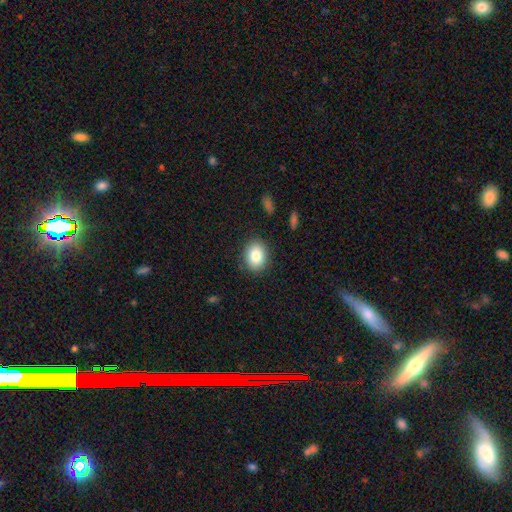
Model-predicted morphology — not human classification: Overall: smooth (83%). How rounded: in between (61%; round 38%). Merging: none (87%).